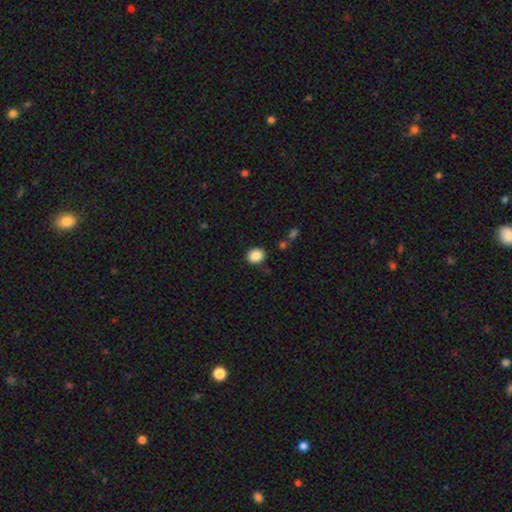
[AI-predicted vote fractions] A smooth galaxy with no disk features (88%) that is round (57%).

Vote fractions:
- Smooth or featured? smooth: 88% / star or artifact: 9% / featured or disk: 3%
- How rounded? round: 57% / in between: 42% / cigar-shaped: 1%
- Merging? none: 86% / minor disturbance: 9% / major disturbance: 3% / merger: 2%